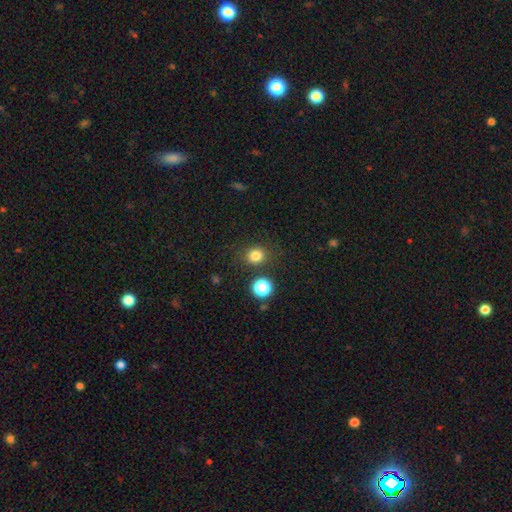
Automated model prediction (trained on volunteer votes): Smooth or featured?
  - smooth: 80% *
  - star or artifact: 14%
  - featured or disk: 5%
How rounded?
  - round: 79% *
  - in between: 20%
  - cigar-shaped: 1%
Merging?
  - none: 84% *
  - minor disturbance: 9%
  - merger: 4%
  - major disturbance: 3%